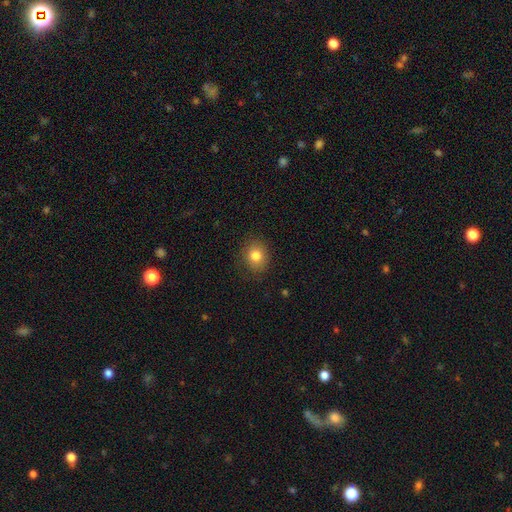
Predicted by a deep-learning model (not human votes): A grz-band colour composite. It shows a smooth galaxy with no disk features (81%) that is round (70%). Merging: none (86%).